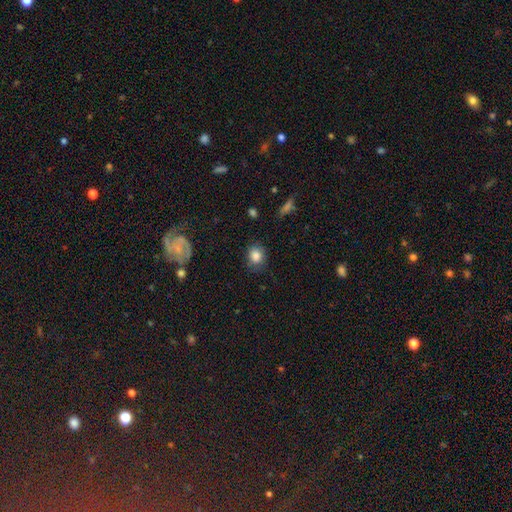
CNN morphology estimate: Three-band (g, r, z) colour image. It shows a smooth galaxy with no disk features (84%) that is round (65%). Merging: none (75%).